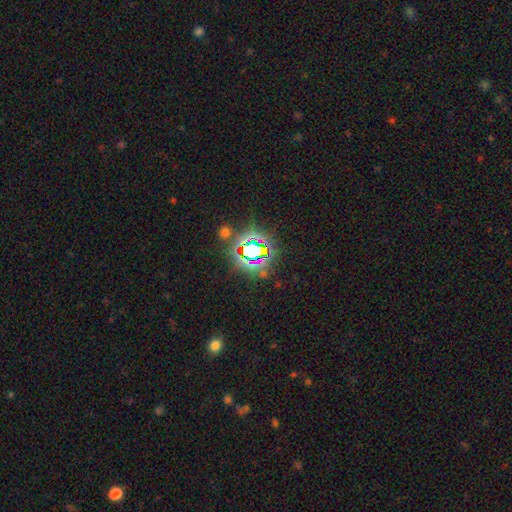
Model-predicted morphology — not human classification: A star or artifact, not a galaxy (72%).

Vote fractions:
- Smooth or featured? star or artifact: 72% / smooth: 16% / featured or disk: 12%